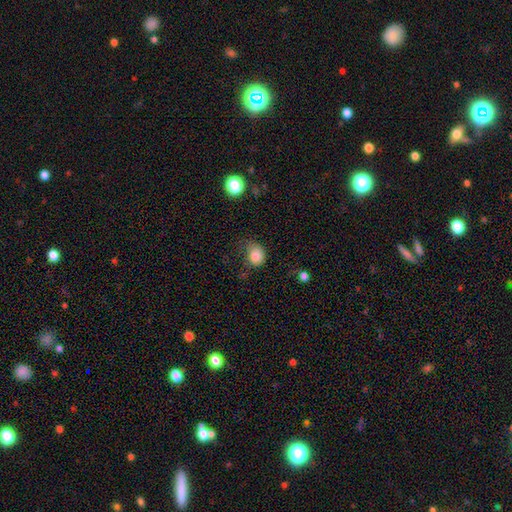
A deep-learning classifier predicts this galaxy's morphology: This appears to be a smooth galaxy with no disk features (82%) that is round (56%). Merging: none (42%).